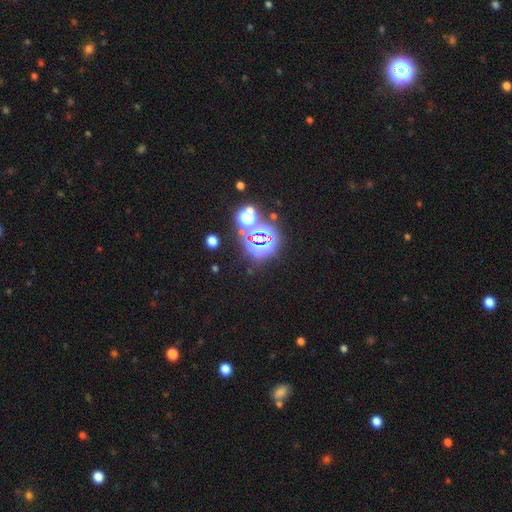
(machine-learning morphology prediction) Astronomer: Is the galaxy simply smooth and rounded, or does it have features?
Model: star or artifact — 81%.